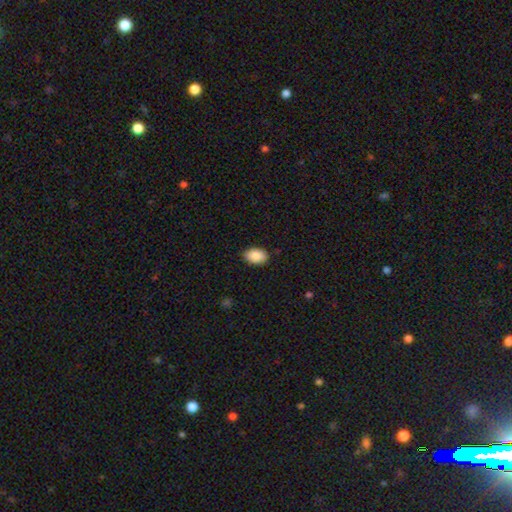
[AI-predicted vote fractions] Smooth or featured? smooth (89%)
How rounded? in between (87%)
Merging? none (88%)